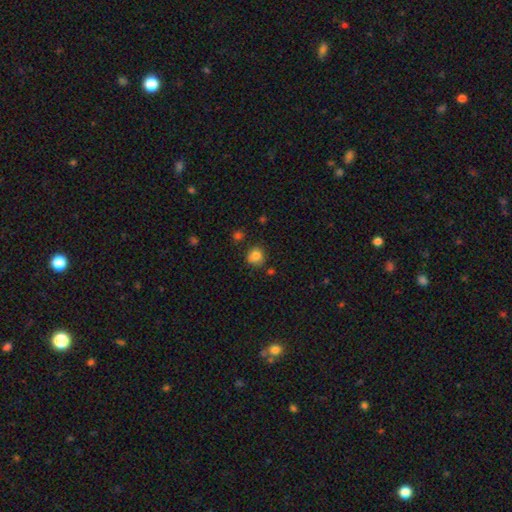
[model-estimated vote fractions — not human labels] The model was most divided on "merging": none: 71%, minor disturbance: 19%, merger: 5%, major disturbance: 4%. More confident: how rounded — round (83%); smooth or featured — smooth (82%).